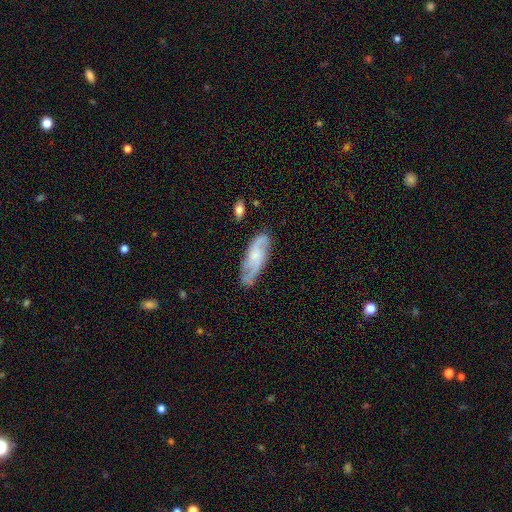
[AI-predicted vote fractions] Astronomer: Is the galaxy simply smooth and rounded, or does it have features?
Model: featured or disk — 68%.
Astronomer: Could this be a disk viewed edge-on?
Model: no — 89%.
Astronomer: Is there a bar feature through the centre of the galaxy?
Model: no — 62%.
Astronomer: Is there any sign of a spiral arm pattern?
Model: yes — 93%.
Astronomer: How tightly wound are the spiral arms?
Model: medium — 47% (runner-up: loose, 29%).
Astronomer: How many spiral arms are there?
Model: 2 — 57%.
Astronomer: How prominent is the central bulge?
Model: small — 44% (runner-up: moderate, 30%).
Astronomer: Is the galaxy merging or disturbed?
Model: none — 76%.